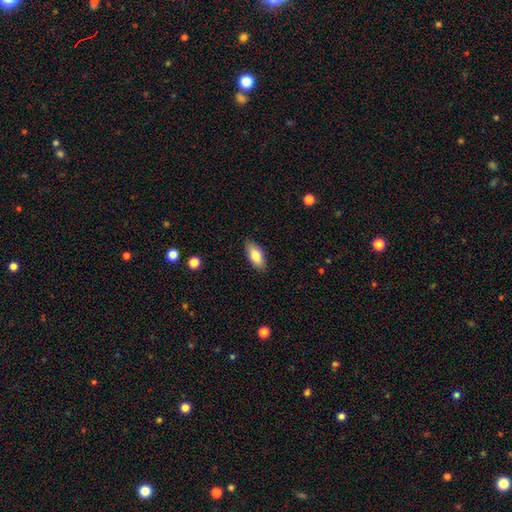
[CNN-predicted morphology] A smooth galaxy with no disk features (81%) that is in between round and cigar-shaped (87%).

Vote fractions:
- Smooth or featured? smooth: 81% / featured or disk: 12% / star or artifact: 7%
- How rounded? in between: 87% / cigar-shaped: 11% / round: 2%
- Merging? none: 87% / minor disturbance: 10% / major disturbance: 2% / merger: 1%